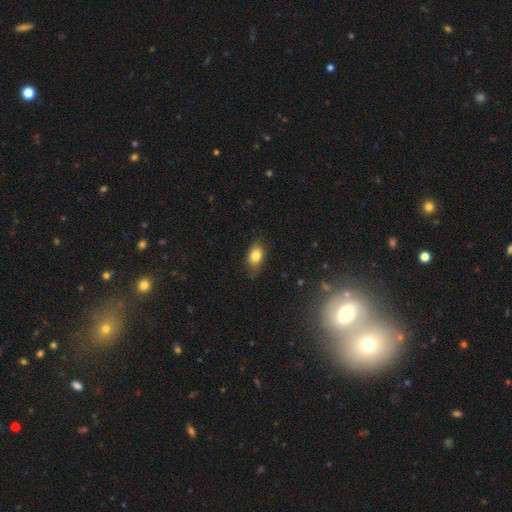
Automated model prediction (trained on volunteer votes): Overall: smooth (81%). How rounded: in between (84%). Merging: none (76%).